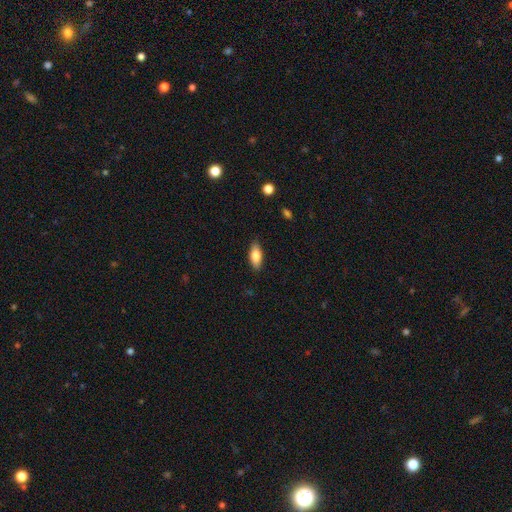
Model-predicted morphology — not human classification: The model was most divided on "how rounded": in between: 81%, cigar-shaped: 17%, round: 2%. More confident: merging — none (86%); smooth or featured — smooth (79%).